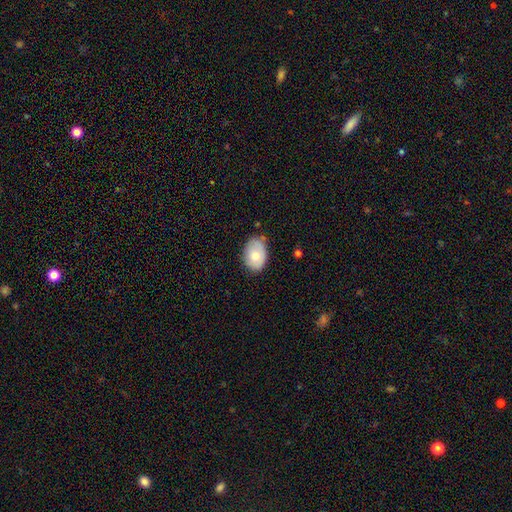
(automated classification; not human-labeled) smooth_or_featured: smooth (p=0.73) [alt: featured or disk p=0.20]
how_rounded: in between (p=0.83) [alt: round p=0.16]
merging: none (p=0.68) [alt: minor disturbance p=0.25]